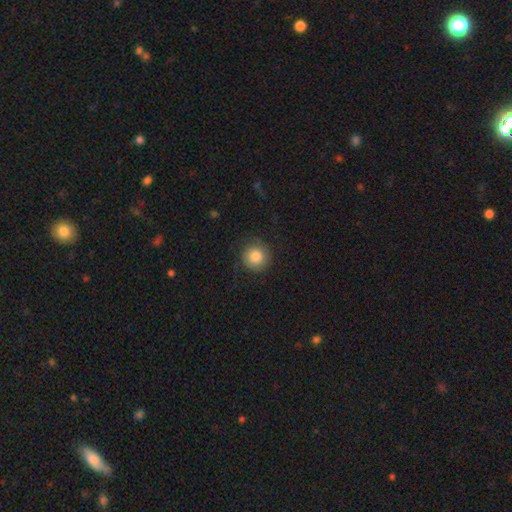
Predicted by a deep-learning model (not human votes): Smooth or featured: smooth — 79% (featured or disk — 12%)
How rounded: round — 94% (in between — 5%)
Merging: none — 82% (minor disturbance — 12%)